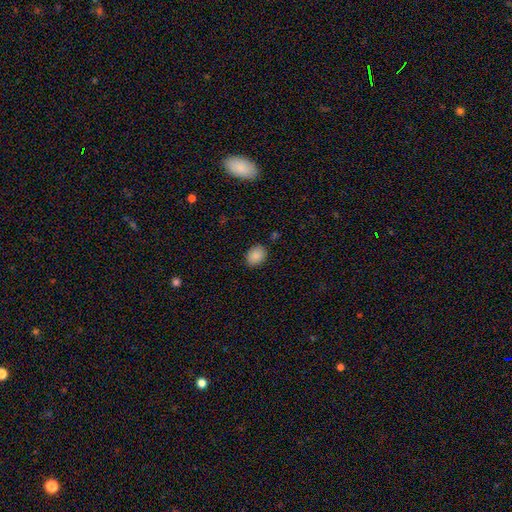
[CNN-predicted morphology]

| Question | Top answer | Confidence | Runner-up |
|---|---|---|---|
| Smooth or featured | smooth | 87% | star or artifact (8%) |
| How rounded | in between | 59% | round (40%) |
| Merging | none | 85% | minor disturbance (11%) |